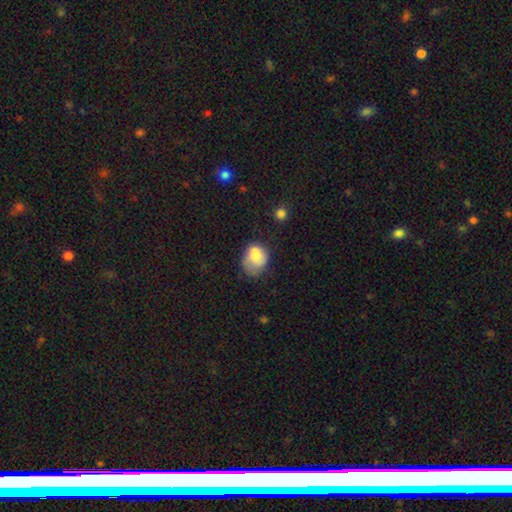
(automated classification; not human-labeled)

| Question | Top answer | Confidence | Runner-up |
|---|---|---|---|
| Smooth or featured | smooth | 66% | featured or disk (25%) |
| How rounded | in between | 52% | round (47%) |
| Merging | none | 38% | minor disturbance (33%) |